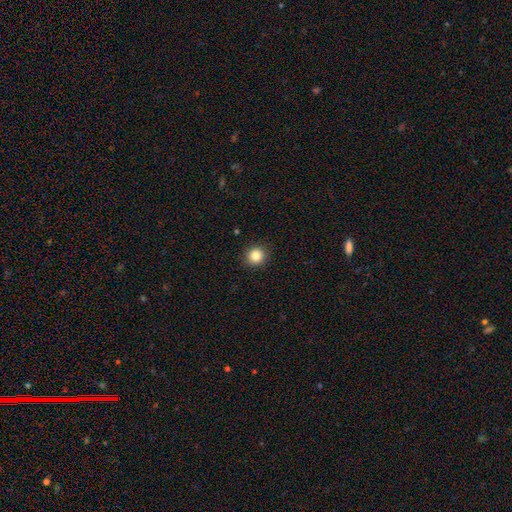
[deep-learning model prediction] The model was most divided on "smooth or featured": smooth: 84%, star or artifact: 11%, featured or disk: 5%. More confident: how rounded — round (93%); merging — none (91%).